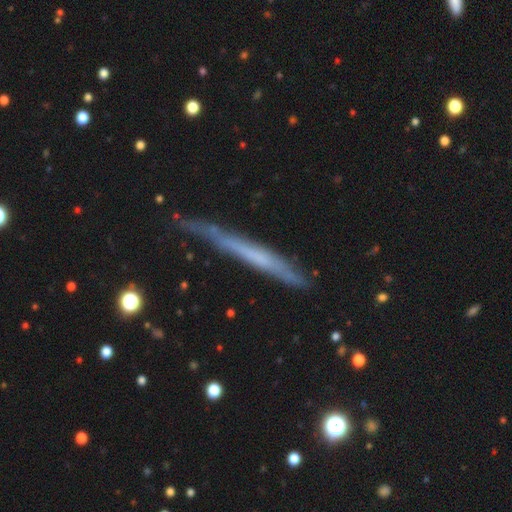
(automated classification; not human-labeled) featured or disk 55%, smooth 38%, star or artifact 7%. Down the decision tree: edge-on disk — yes (93%); edge-on bulge — none (85%); merging — none (68%).